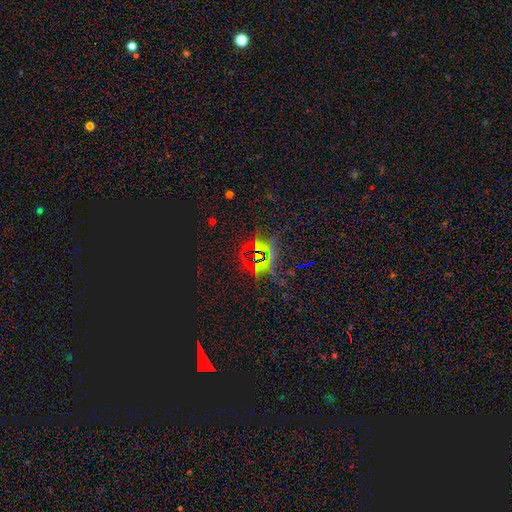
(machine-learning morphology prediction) A star or artifact, not a galaxy (80%).

Vote fractions:
- Smooth or featured? star or artifact: 80% / smooth: 11% / featured or disk: 9%